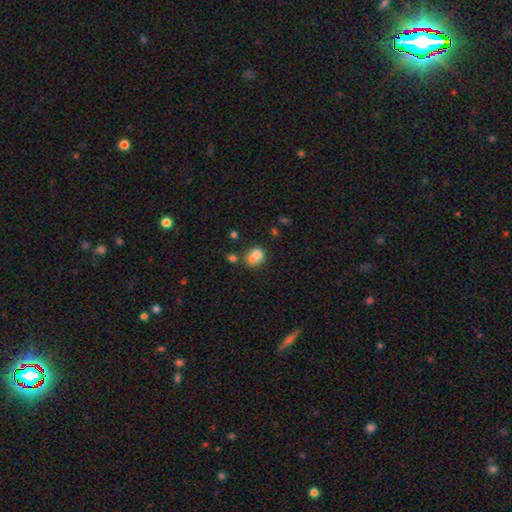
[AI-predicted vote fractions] smooth_or_featured: smooth (p=0.76) [alt: featured or disk p=0.13]
how_rounded: round (p=0.50) [alt: in between p=0.49]
merging: merger (p=0.38) [alt: none p=0.36]